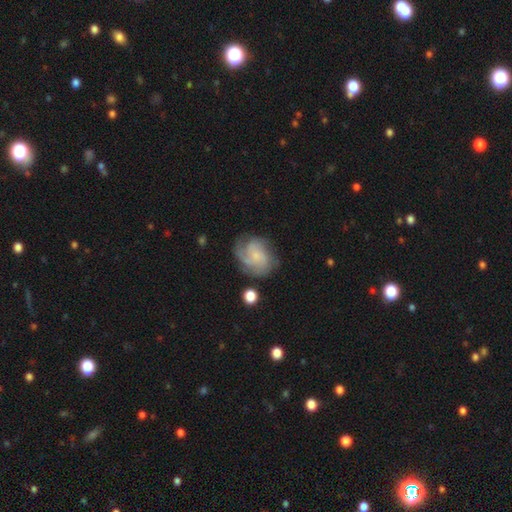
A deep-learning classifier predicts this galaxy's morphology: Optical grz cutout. It shows a featured or disk galaxy (68%) with no bar (71%), 3 (32%) medium (42%) spiral arms (91%) and a small central bulge (61%). Merging: none (60%).